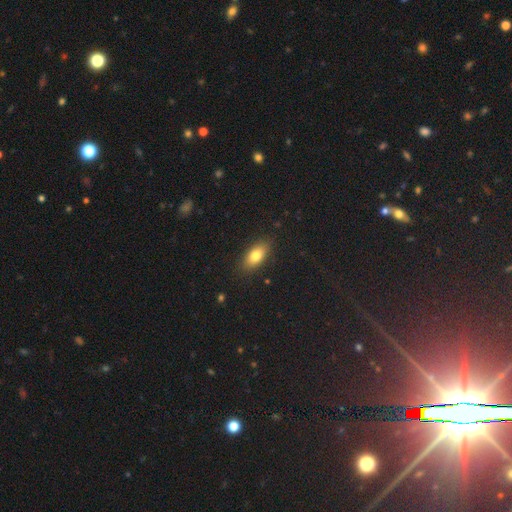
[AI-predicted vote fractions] The model was most divided on "smooth or featured": smooth: 78%, featured or disk: 14%, star or artifact: 8%. More confident: merging — none (86%); how rounded — in between (85%).